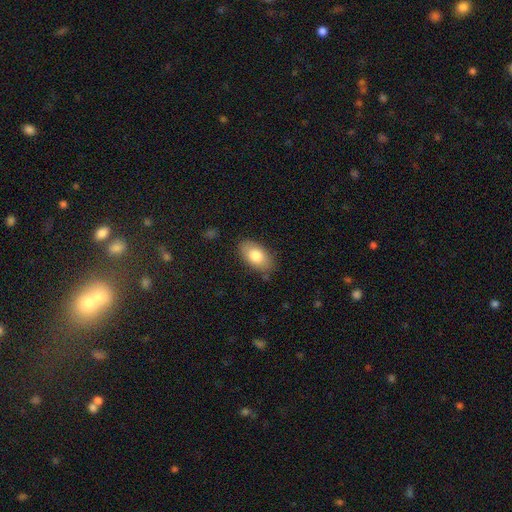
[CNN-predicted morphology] Smooth or featured? Predicted: smooth (p=0.79). How rounded? Predicted: in between (p=0.92). Merging? Predicted: none (p=0.82).